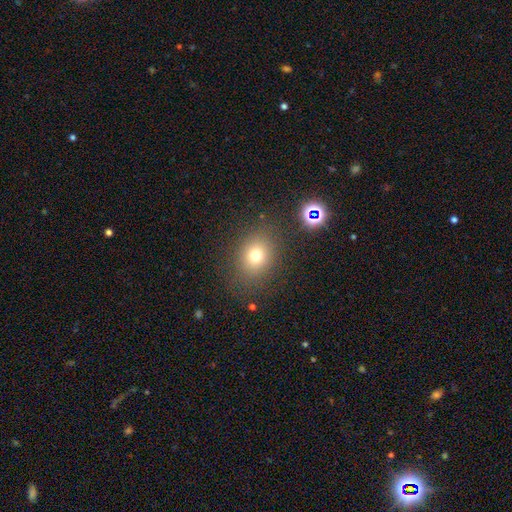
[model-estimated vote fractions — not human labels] smooth_or_featured: smooth (p=0.73) [alt: star or artifact p=0.16]
how_rounded: round (p=0.54) [alt: in between p=0.45]
merging: none (p=0.81) [alt: minor disturbance p=0.11]